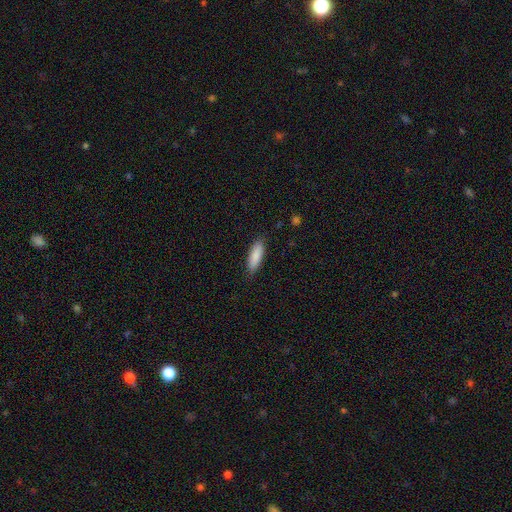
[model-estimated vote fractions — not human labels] smooth-or-featured: smooth: 87% | featured or disk: 8% | star or artifact: 6%
  how-rounded: cigar-shaped: 50% | in between: 49% | round: 1%
  merging: none: 87% | minor disturbance: 10% | major disturbance: 2% | merger: 1%